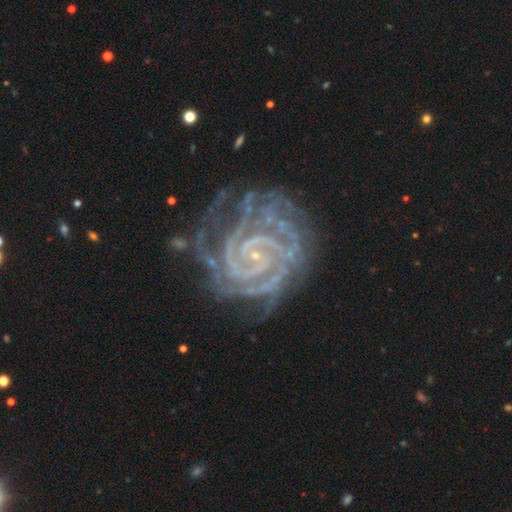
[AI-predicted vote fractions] smooth-or-featured: featured or disk: 91% | star or artifact: 6% | smooth: 3%
  disk-edge-on: no: 98% | yes: 2%
    bar: no: 48% | weak: 30% | strong: 21%
    has-spiral-arms: yes: 99% | no: 1%
      spiral-winding: tight: 85% | medium: 13% | loose: 2%
      spiral-arm-count: 2: 37% | 3: 20% | 4: 14% | can't tell: 12% | more than 4: 10% | 1: 8%
    bulge-size: small: 84% | none: 9% | moderate: 6% | large: 1% | dominant: 1%
  merging: none: 65% | minor disturbance: 21% | major disturbance: 10% | merger: 3%